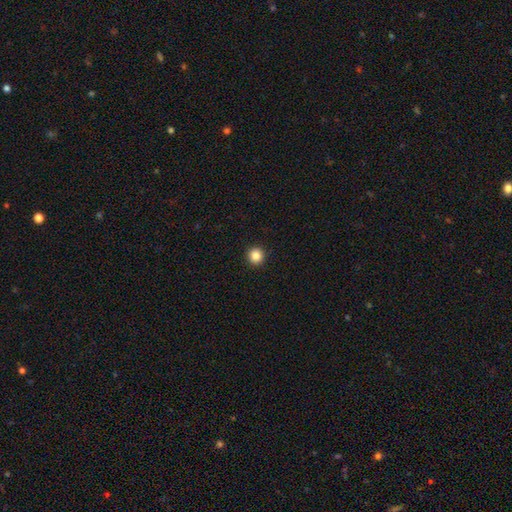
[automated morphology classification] A smooth galaxy with no disk features (85%) that is round (95%). Merging: none (94%).